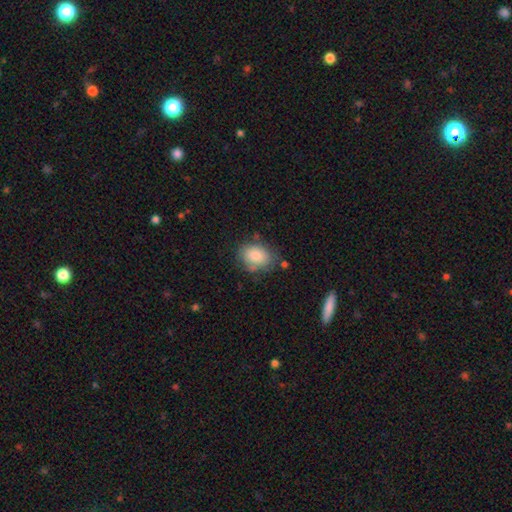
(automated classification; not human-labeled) Overall: smooth (83%). How rounded: in between (73%). Merging: none (70%).